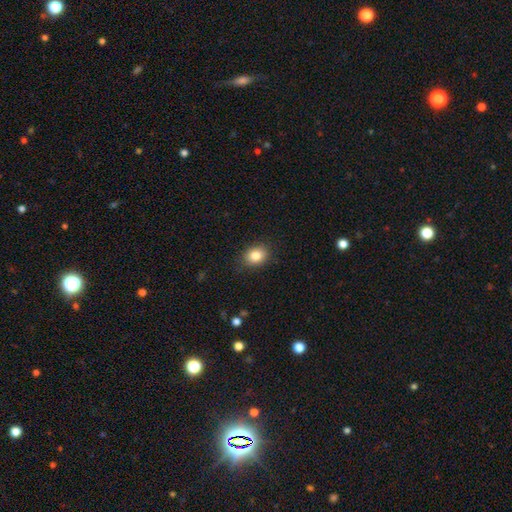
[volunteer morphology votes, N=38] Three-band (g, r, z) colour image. It shows a smooth galaxy with no disk features (89%) that is in between round and cigar-shaped (50%). Merging: none (94%).